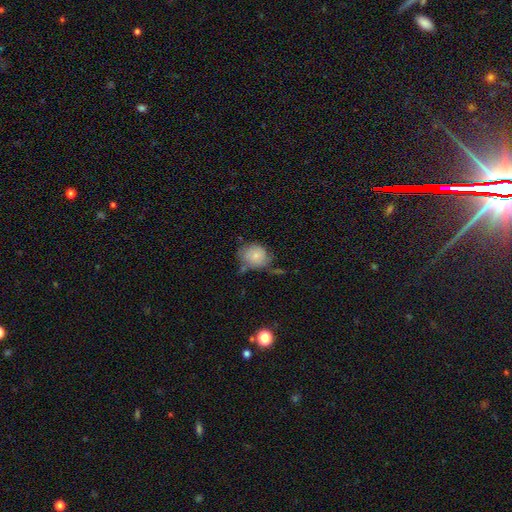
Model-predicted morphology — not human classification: The model was most divided on "merging": none: 48%, minor disturbance: 31%, major disturbance: 12%, merger: 9%. More confident: smooth or featured — smooth (73%); how rounded — round (71%).